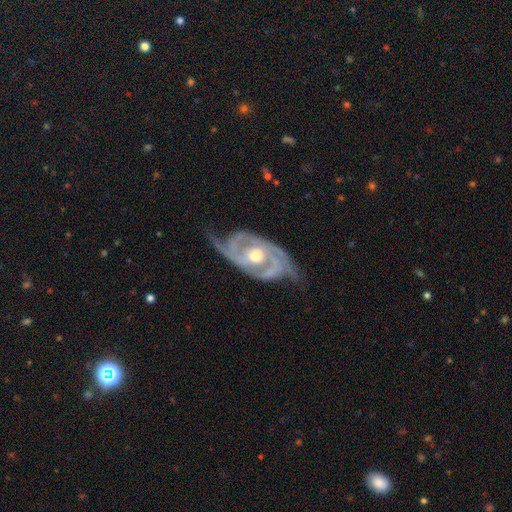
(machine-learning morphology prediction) The model was most divided on "spiral winding": tight: 44%, medium: 41%, loose: 15%. Remaining: spiral arms — yes (97%); edge-on disk — no (96%); smooth or featured — featured or disk (92%); bulge size — moderate (75%); bar — no (62%); merging — none (60%); spiral arm count — 2 (49%).